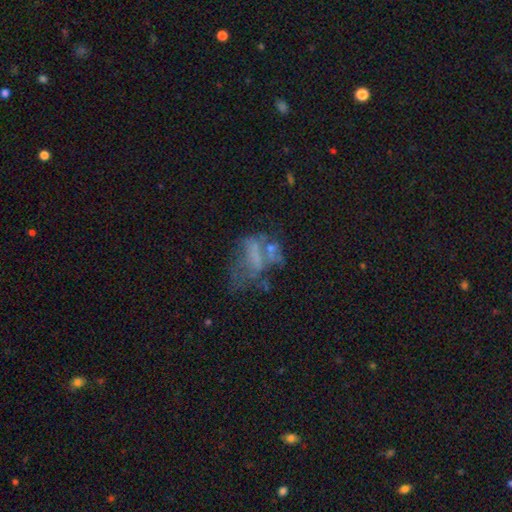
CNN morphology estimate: This appears to be a featured or disk galaxy (48%). Merging: major disturbance (40%).